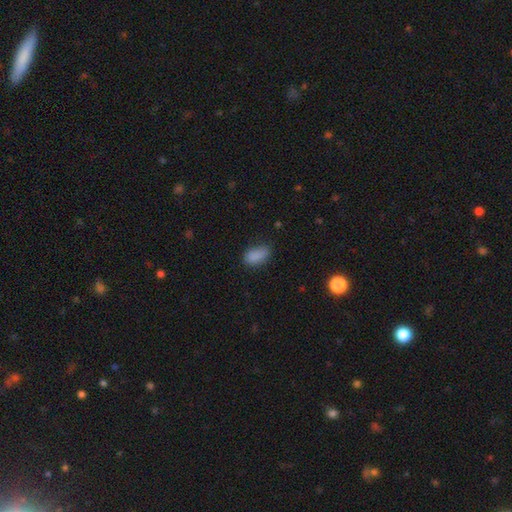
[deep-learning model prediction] Smooth or featured?
  - smooth: 85% *
  - star or artifact: 10%
  - featured or disk: 5%
How rounded?
  - in between: 90% *
  - round: 6%
  - cigar-shaped: 4%
Merging?
  - none: 62% *
  - minor disturbance: 29%
  - major disturbance: 7%
  - merger: 2%